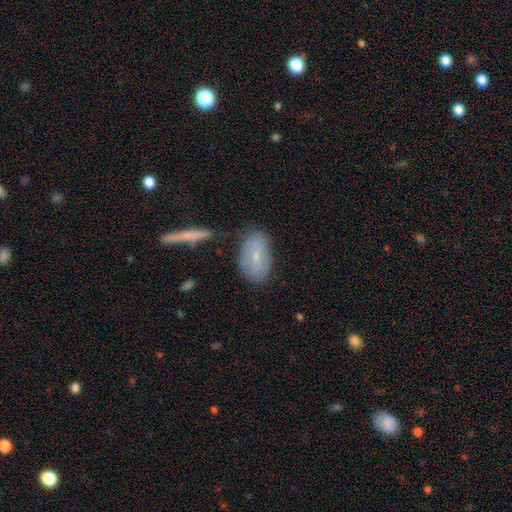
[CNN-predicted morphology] Smooth or featured? Predicted: smooth (p=0.59). How rounded? Predicted: in between (p=0.90). Merging? Predicted: none (p=0.72).